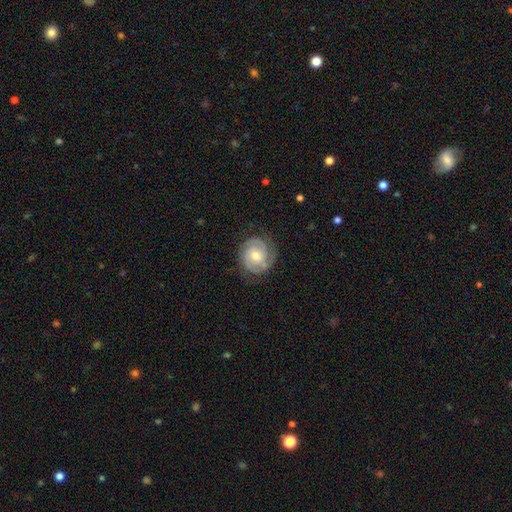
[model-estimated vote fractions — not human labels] Q: Smooth or featured?
A: featured or disk (82%); runner-up: smooth (13%)
Q: Edge-on disk?
A: no (98%); runner-up: yes (2%)
Q: Bar?
A: no (63%); runner-up: weak (31%)
Q: Spiral arms?
A: yes (96%); runner-up: no (4%)
Q: Spiral winding?
A: tight (68%); runner-up: medium (27%)
Q: Spiral arm count?
A: 2 (72%); runner-up: 3 (11%)
Q: Bulge size?
A: moderate (59%); runner-up: small (35%)
Q: Merging?
A: none (80%); runner-up: minor disturbance (14%)